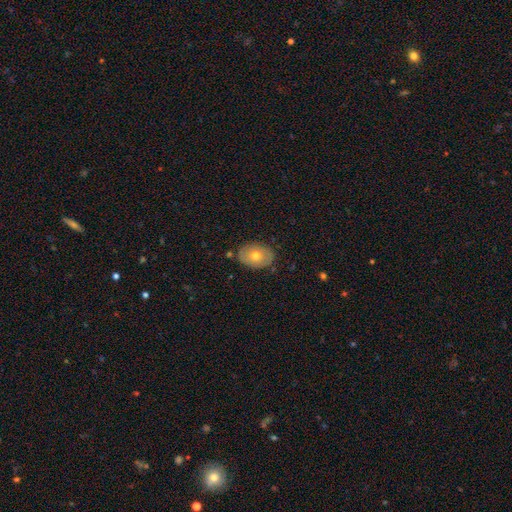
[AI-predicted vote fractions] This appears to be a smooth galaxy with no disk features (60%) that is in between round and cigar-shaped (78%). Merging: none (83%).